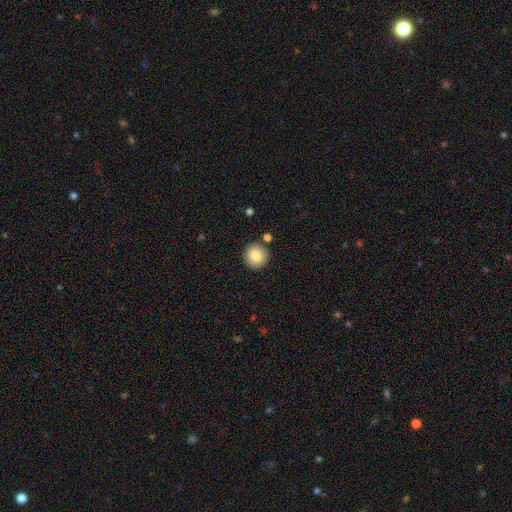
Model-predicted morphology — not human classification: smooth_or_featured: smooth (p=0.84) [alt: star or artifact p=0.08]
how_rounded: round (p=0.93) [alt: in between p=0.06]
merging: none (p=0.86) [alt: minor disturbance p=0.08]